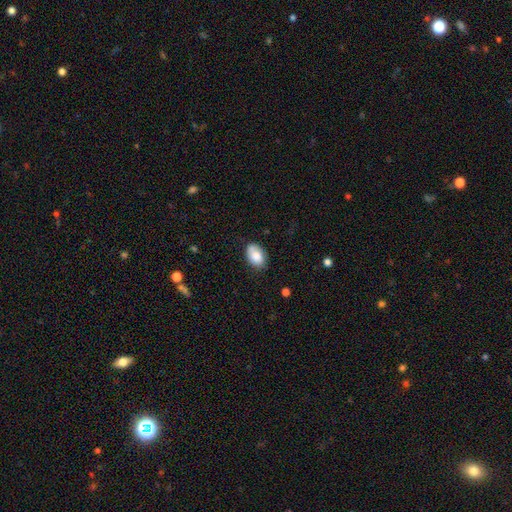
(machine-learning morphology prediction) This is clearly a smooth galaxy (81%). How rounded: clearly in between (86%). Merging: likely none (73%).